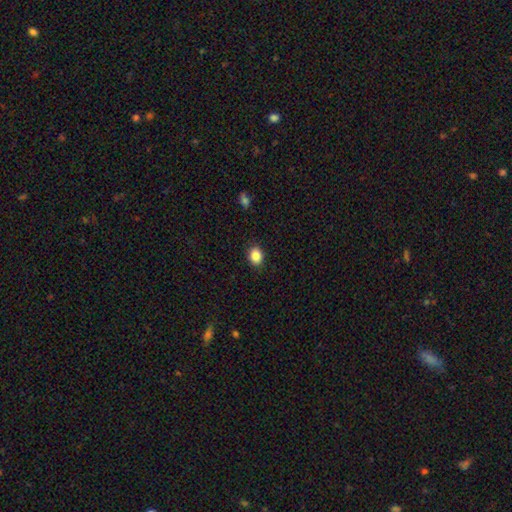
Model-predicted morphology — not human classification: Overall: smooth (86%). How rounded: in between (51%; round 49%). Merging: none (89%).